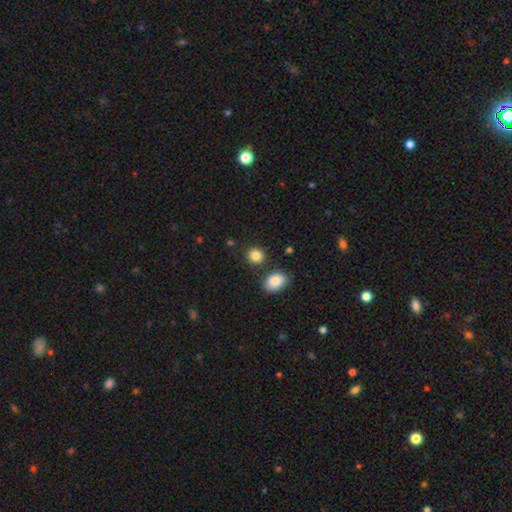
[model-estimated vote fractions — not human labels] smooth-or-featured: smooth: 86% | star or artifact: 10% | featured or disk: 5%
  how-rounded: round: 81% | in between: 18% | cigar-shaped: 1%
  merging: none: 81% | minor disturbance: 8% | merger: 8% | major disturbance: 3%